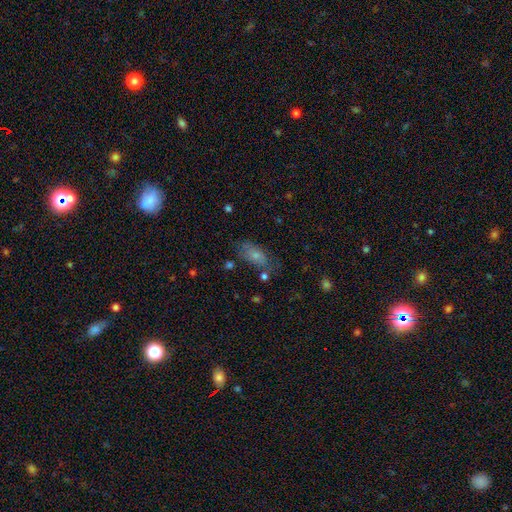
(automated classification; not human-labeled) Smooth or featured? Predicted: smooth (p=0.69). How rounded? Predicted: in between (p=0.86). Merging? Predicted: none (p=0.58).